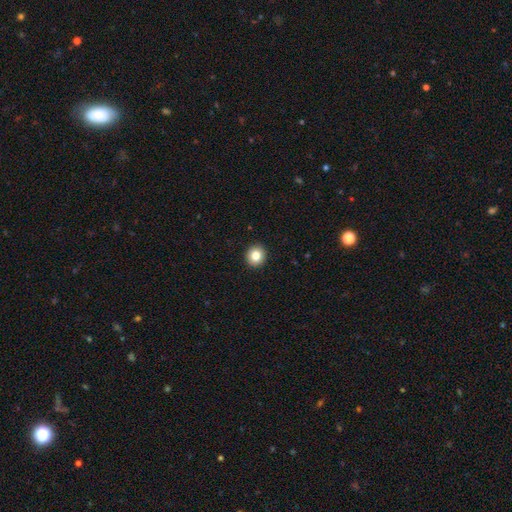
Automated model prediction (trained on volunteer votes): Smooth or featured? Predicted: smooth (p=0.83). How rounded? Predicted: round (p=0.89). Merging? Predicted: none (p=0.93).